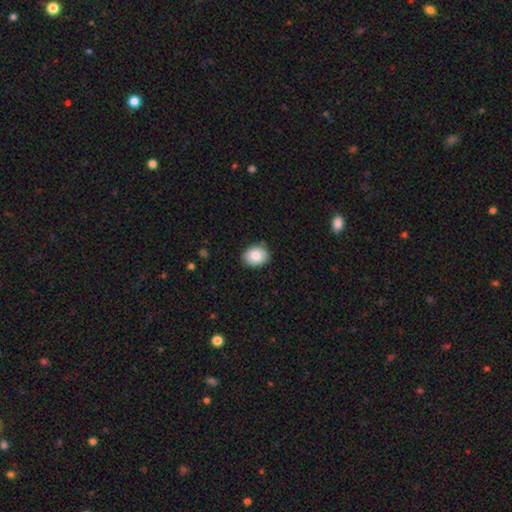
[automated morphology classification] smooth-or-featured: smooth: 81% | featured or disk: 12% | star or artifact: 8%
  how-rounded: round: 53% | in between: 46% | cigar-shaped: 1%
  merging: none: 87% | minor disturbance: 10% | major disturbance: 2% | merger: 1%